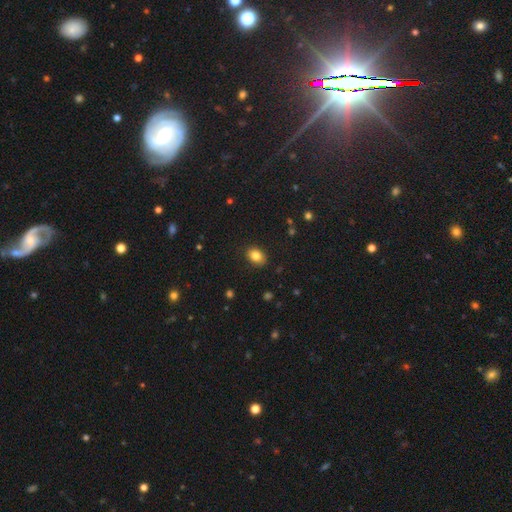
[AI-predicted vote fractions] This is clearly a smooth galaxy (83%). How rounded: likely in between (72%). Merging: clearly none (87%).